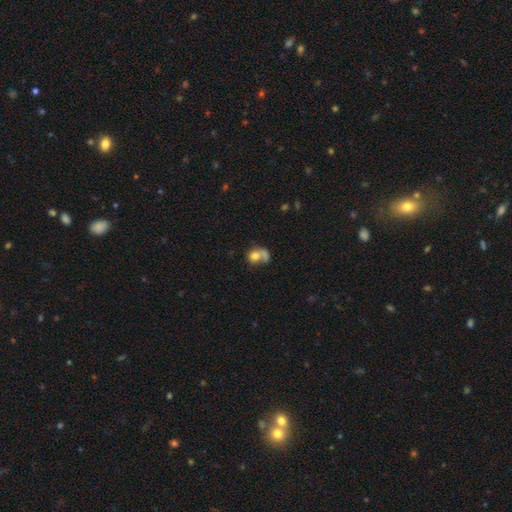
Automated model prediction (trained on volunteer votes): A smooth galaxy with no disk features (69%) that is round (54%). Merging: merger (43%).